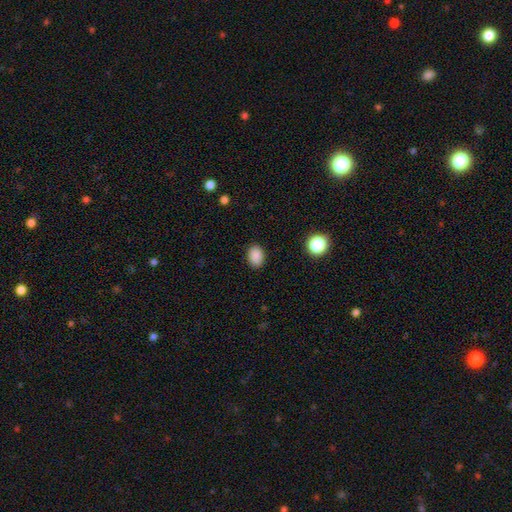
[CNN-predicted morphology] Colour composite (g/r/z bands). It shows a smooth galaxy with no disk features (88%) that is in between round and cigar-shaped (76%). Merging: none (88%).